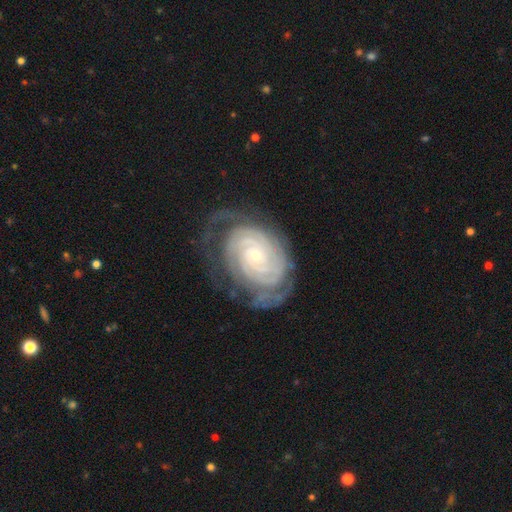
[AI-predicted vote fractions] smooth-or-featured: featured or disk: 90% | smooth: 5% | star or artifact: 5%
  disk-edge-on: no: 97% | yes: 3%
    bar: no: 75% | weak: 18% | strong: 7%
    has-spiral-arms: yes: 97% | no: 3%
      spiral-winding: tight: 84% | medium: 13% | loose: 3%
      spiral-arm-count: can't tell: 28% | 2: 20% | 4: 18% | 3: 15% | more than 4: 12% | 1: 6%
    bulge-size: small: 77% | moderate: 20% | large: 1% | none: 1% | dominant: 1%
  merging: none: 68% | minor disturbance: 19% | major disturbance: 11% | merger: 2%